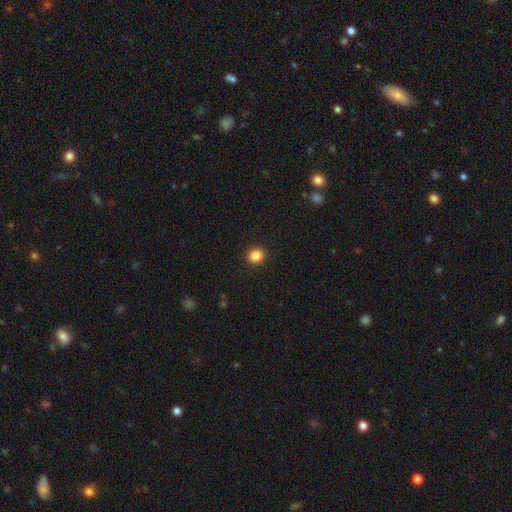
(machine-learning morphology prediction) Smooth or featured: smooth — 86% (star or artifact — 11%)
How rounded: round — 84% (in between — 15%)
Merging: none — 92% (minor disturbance — 5%)